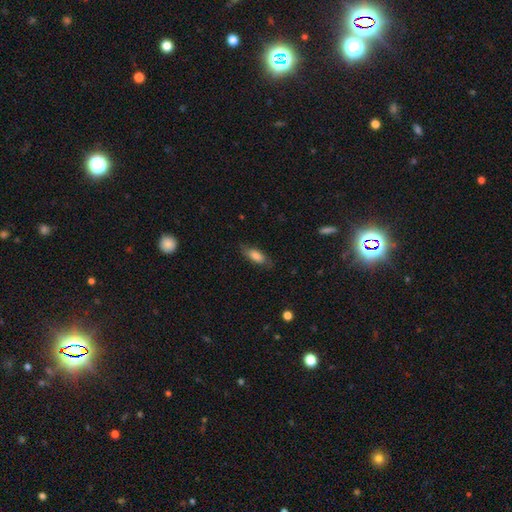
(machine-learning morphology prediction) Smooth or featured: smooth — 73% (featured or disk — 20%)
How rounded: in between — 75% (cigar-shaped — 22%)
Merging: none — 75% (minor disturbance — 18%)